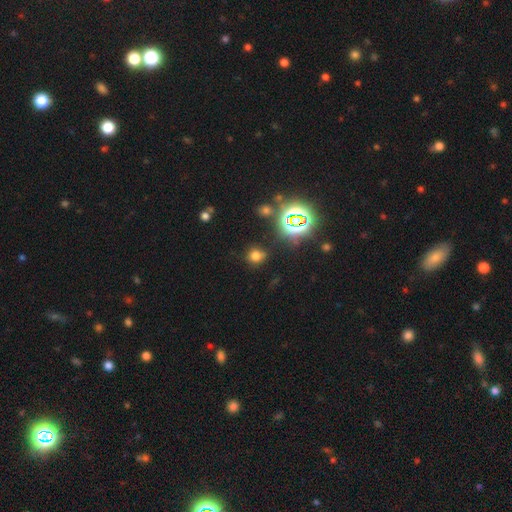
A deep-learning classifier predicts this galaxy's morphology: A smooth galaxy with no disk features (65%) that is round (81%).

Vote fractions:
- Smooth or featured? smooth: 65% / star or artifact: 28% / featured or disk: 7%
- How rounded? round: 81% / in between: 18% / cigar-shaped: 1%
- Merging? none: 77% / minor disturbance: 13% / merger: 5% / major disturbance: 5%